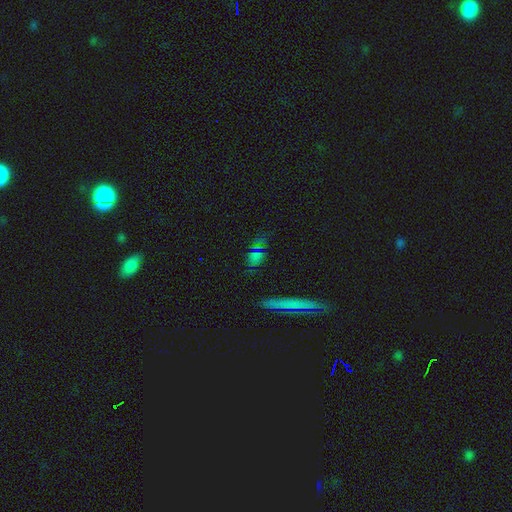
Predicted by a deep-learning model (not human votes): Smooth or featured?
  - smooth: 50% *
  - star or artifact: 39%
  - featured or disk: 12%
Merging?
  - none: 78% *
  - minor disturbance: 13%
  - major disturbance: 5%
  - merger: 3%